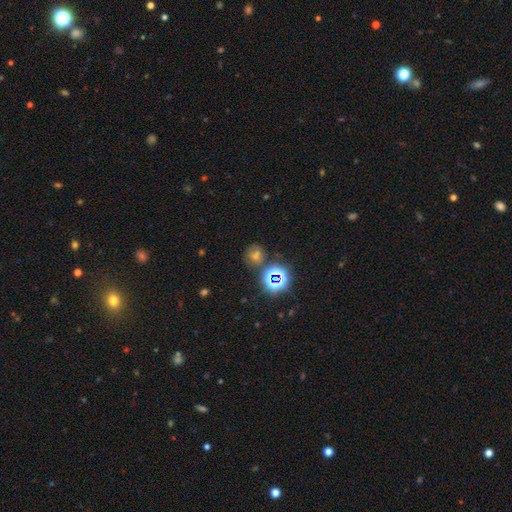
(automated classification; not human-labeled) This is possibly a star or artifact rather than a galaxy (52%).